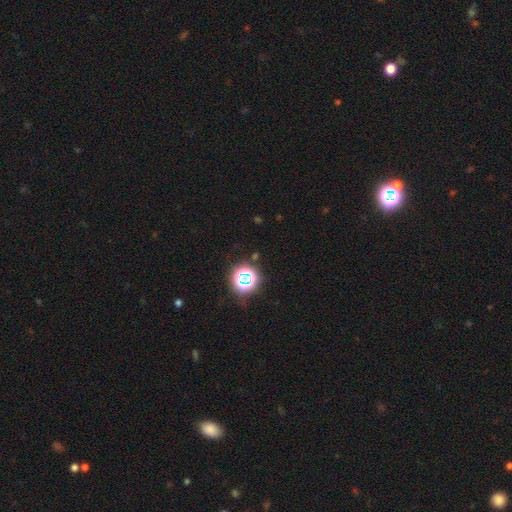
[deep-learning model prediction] The model was most divided on "smooth or featured": star or artifact: 68%, smooth: 24%, featured or disk: 8%.